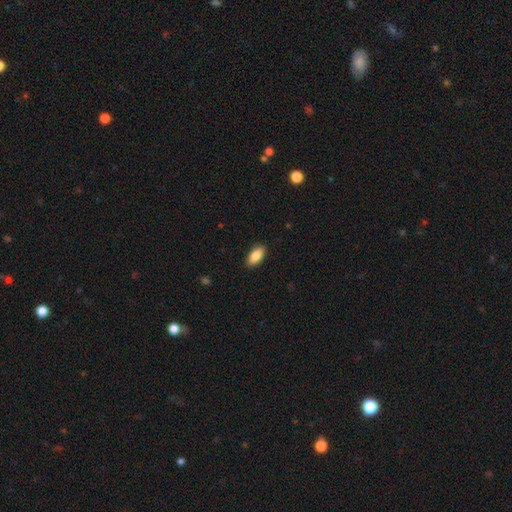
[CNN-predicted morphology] The model was most divided on "smooth or featured": smooth: 85%, featured or disk: 9%, star or artifact: 6%. More confident: how rounded — in between (90%); merging — none (89%).